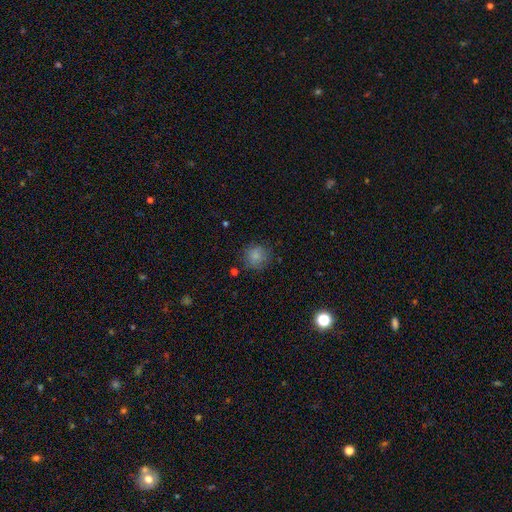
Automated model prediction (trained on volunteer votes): smooth_or_featured: smooth (p=0.80) [alt: star or artifact p=0.11]
how_rounded: round (p=0.86) [alt: in between p=0.13]
merging: none (p=0.77) [alt: minor disturbance p=0.16]